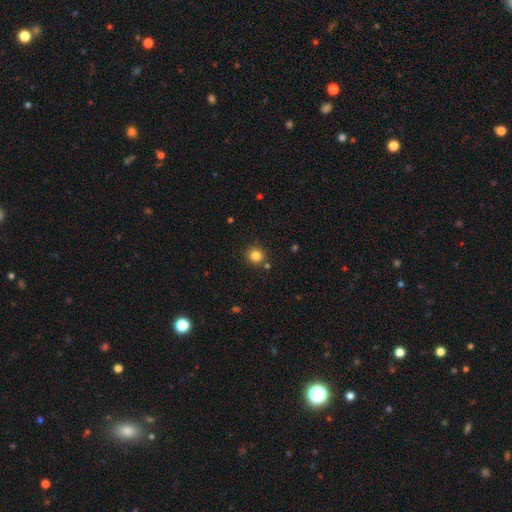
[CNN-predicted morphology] Smooth or featured: smooth — 83% (star or artifact — 12%)
How rounded: round — 92% (in between — 7%)
Merging: none — 84% (minor disturbance — 8%)